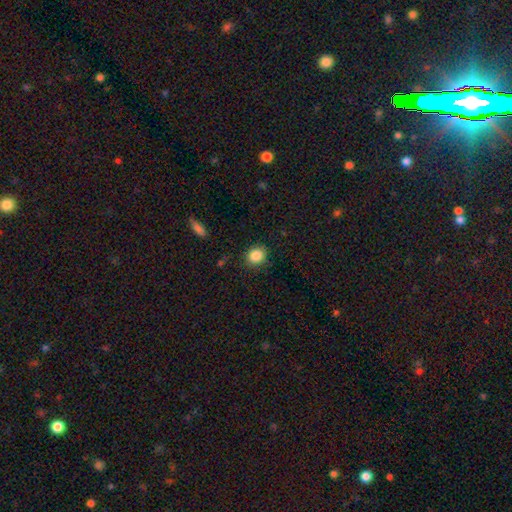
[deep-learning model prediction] This is clearly a smooth galaxy (86%). How rounded: likely round (74%). Merging: clearly none (86%).